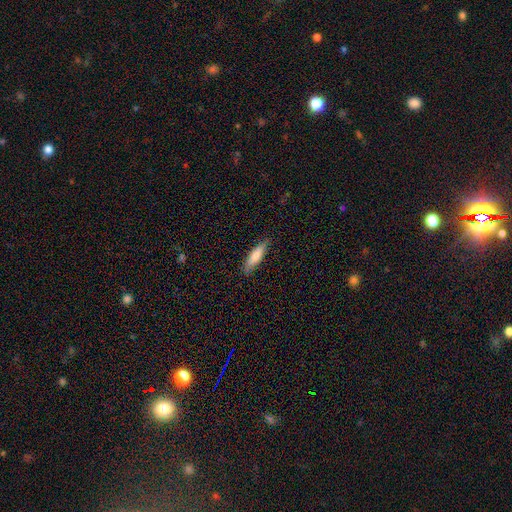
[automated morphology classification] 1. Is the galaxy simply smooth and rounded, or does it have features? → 78% smooth, 16% featured or disk, 6% star or artifact.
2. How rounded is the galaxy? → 66% cigar-shaped, 33% in between, 1% round.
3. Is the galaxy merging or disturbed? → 85% none, 12% minor disturbance, 2% major disturbance, 1% merger.